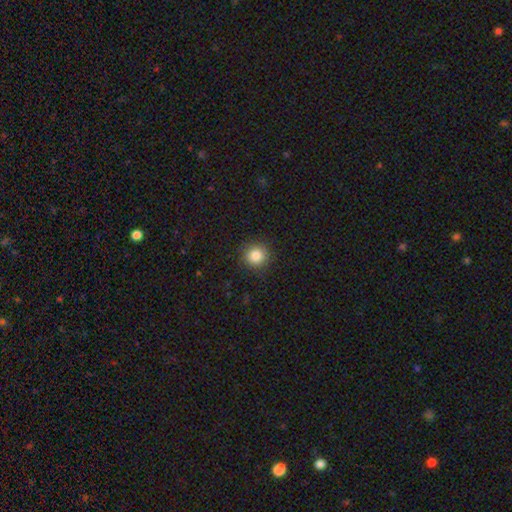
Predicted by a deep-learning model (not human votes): A smooth galaxy with no disk features (84%) that is round (93%).

Vote fractions:
- Smooth or featured? smooth: 84% / star or artifact: 11% / featured or disk: 5%
- How rounded? round: 93% / in between: 6% / cigar-shaped: 1%
- Merging? none: 90% / minor disturbance: 6% / major disturbance: 2% / merger: 1%